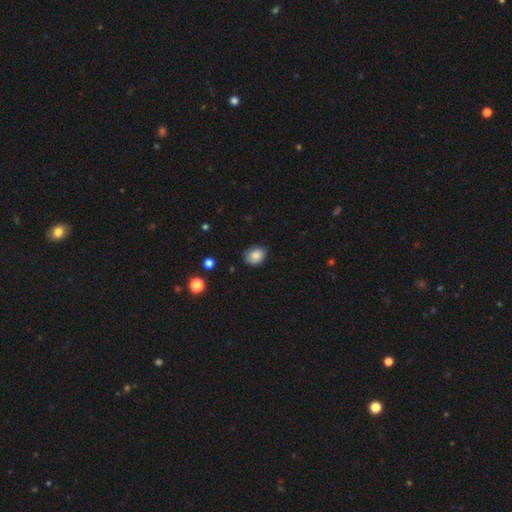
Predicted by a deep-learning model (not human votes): Overall: smooth (85%). How rounded: in between (57%; round 42%). Merging: none (74%).